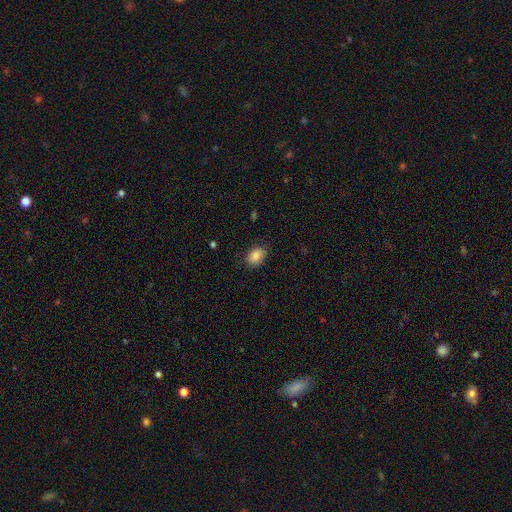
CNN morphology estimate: Smooth or featured: smooth — 87% (star or artifact — 8%)
How rounded: in between — 79% (round — 20%)
Merging: none — 80% (minor disturbance — 15%)